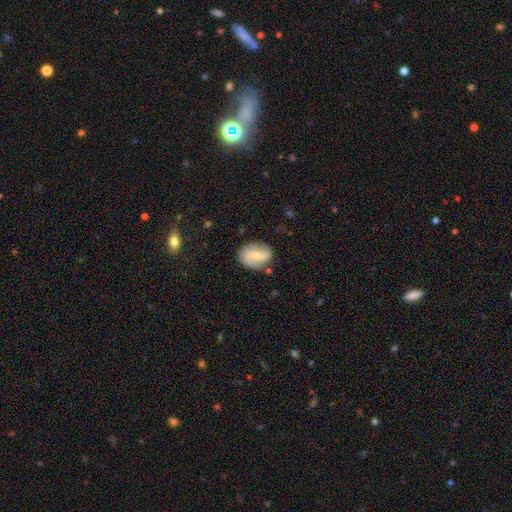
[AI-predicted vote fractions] This appears to be a featured or disk galaxy (68%) with a weak bar (48%), 2 (87%) loose (43%) spiral arms (89%) and a moderate central bulge (48%). Merging: none (77%).